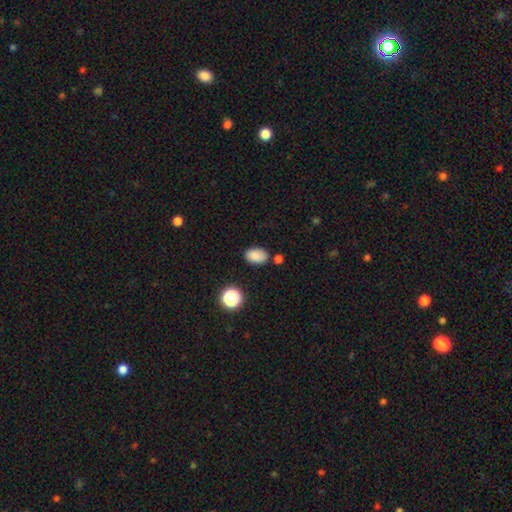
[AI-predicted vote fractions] Smooth or featured?
  - smooth: 85% *
  - star or artifact: 10%
  - featured or disk: 5%
How rounded?
  - in between: 86% *
  - round: 12%
  - cigar-shaped: 1%
Merging?
  - none: 78% *
  - minor disturbance: 13%
  - merger: 5%
  - major disturbance: 3%